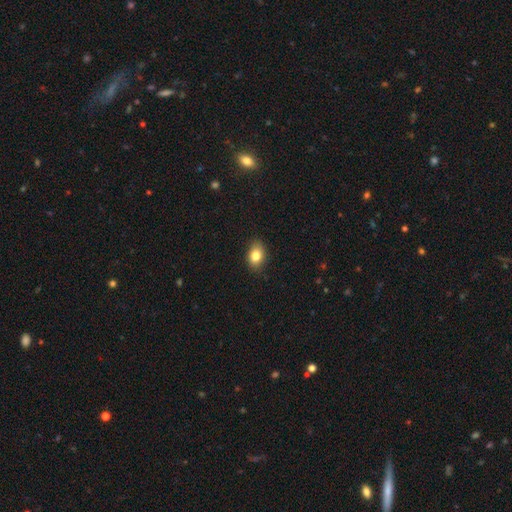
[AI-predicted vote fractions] This appears to be a smooth galaxy with no disk features (82%) that is in between round and cigar-shaped (73%). Merging: none (85%).